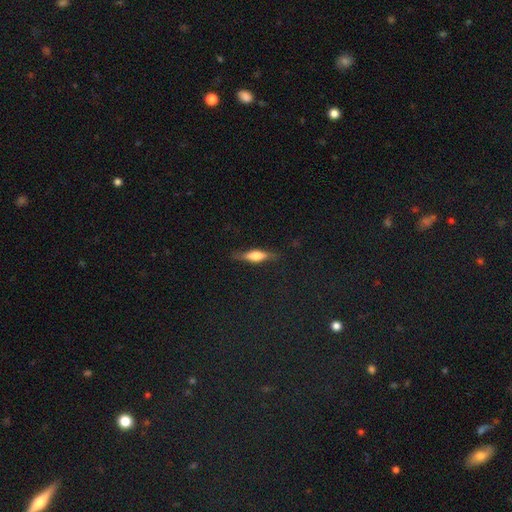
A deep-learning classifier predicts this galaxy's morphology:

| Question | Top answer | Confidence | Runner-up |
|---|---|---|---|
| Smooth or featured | featured or disk | 46% | tied: smooth (46%) |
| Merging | none | 79% | minor disturbance (16%) |